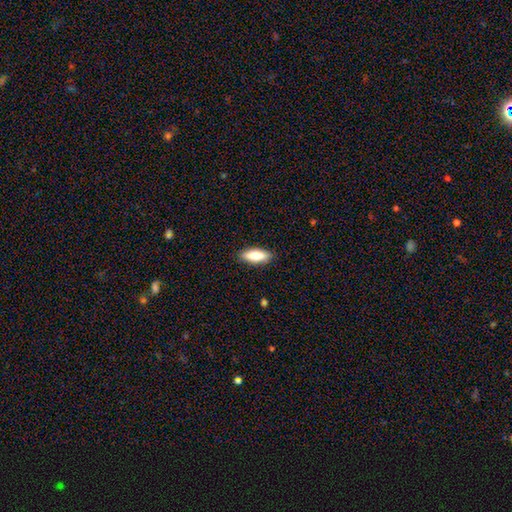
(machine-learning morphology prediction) Smooth or featured?
  - smooth: 80% *
  - featured or disk: 14%
  - star or artifact: 6%
How rounded?
  - in between: 66% *
  - cigar-shaped: 32%
  - round: 2%
Merging?
  - none: 88% *
  - minor disturbance: 9%
  - major disturbance: 2%
  - merger: 1%